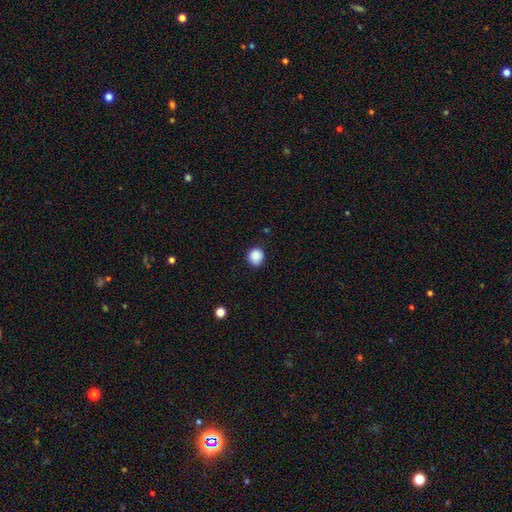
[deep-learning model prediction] smooth_or_featured: smooth (p=0.87) [alt: star or artifact p=0.09]
how_rounded: round (p=0.85) [alt: in between p=0.14]
merging: none (p=0.82) [alt: minor disturbance p=0.14]